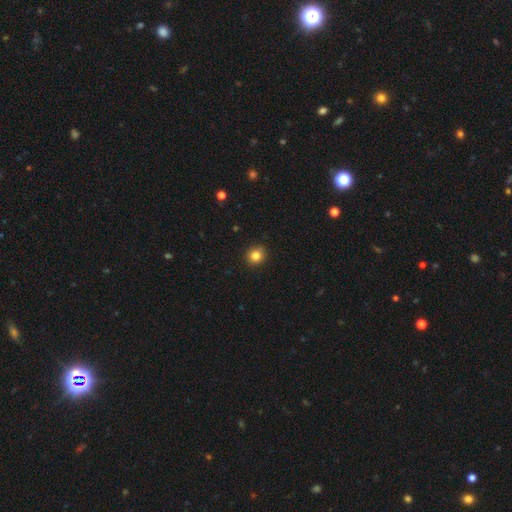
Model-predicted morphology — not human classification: Q: Smooth or featured?
A: smooth (84%); runner-up: star or artifact (11%)
Q: How rounded?
A: round (87%); runner-up: in between (12%)
Q: Merging?
A: none (91%); runner-up: minor disturbance (6%)